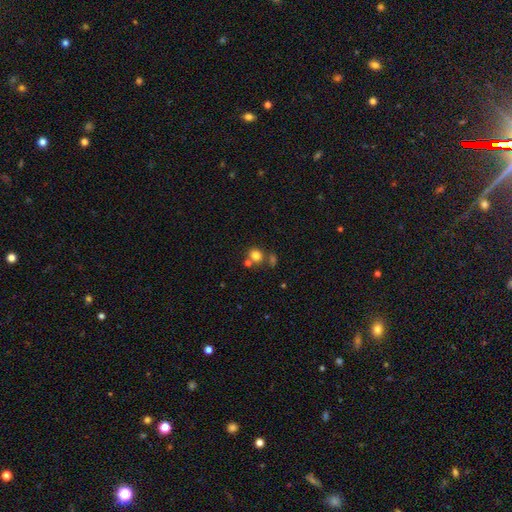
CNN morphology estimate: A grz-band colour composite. It shows a smooth galaxy with no disk features (79%) that is round (86%). Merging: none (63%).